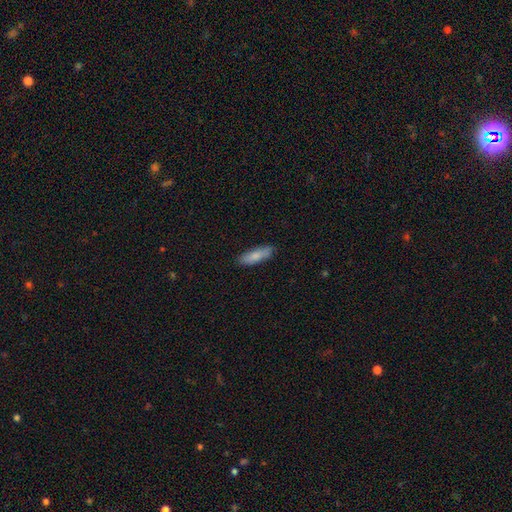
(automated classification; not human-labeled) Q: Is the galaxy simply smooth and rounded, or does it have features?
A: smooth — 81%.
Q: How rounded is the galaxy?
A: cigar-shaped — 53%.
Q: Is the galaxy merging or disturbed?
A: none — 86%.